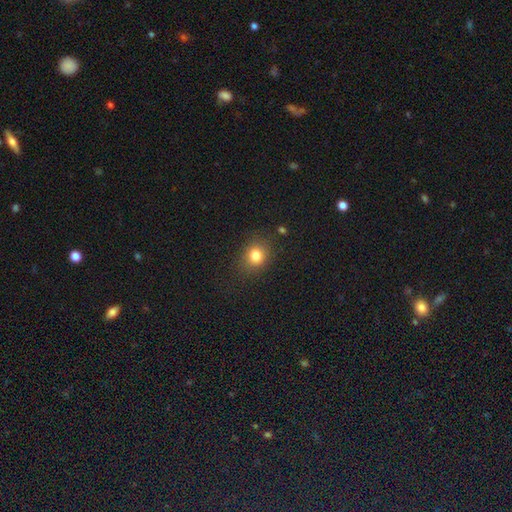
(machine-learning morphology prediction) The model was most divided on "how rounded": round: 65%, in between: 34%, cigar-shaped: 1%. More confident: merging — none (81%); smooth or featured — smooth (80%).